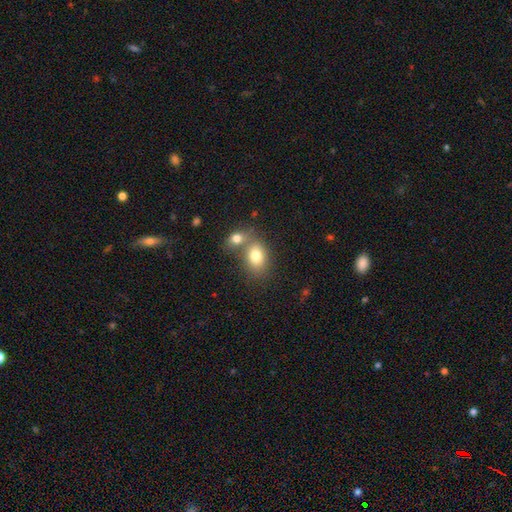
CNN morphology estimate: This appears to be a smooth galaxy with no disk features (79%) that is in between round and cigar-shaped (70%). Merging: merger (46%).